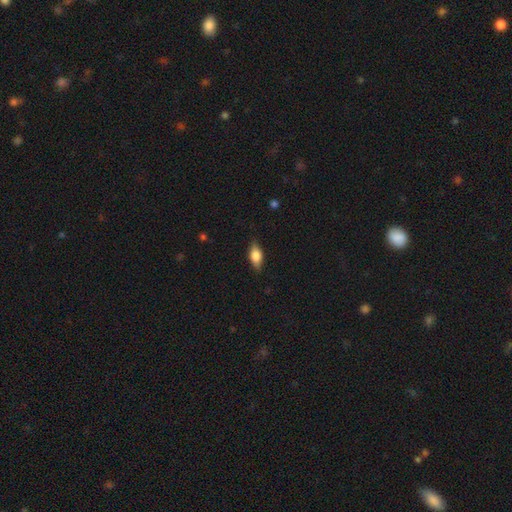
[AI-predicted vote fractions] Q: Smooth or featured?
A: smooth (69%); runner-up: featured or disk (24%)
Q: How rounded?
A: in between (82%); runner-up: cigar-shaped (13%)
Q: Merging?
A: none (83%); runner-up: minor disturbance (13%)